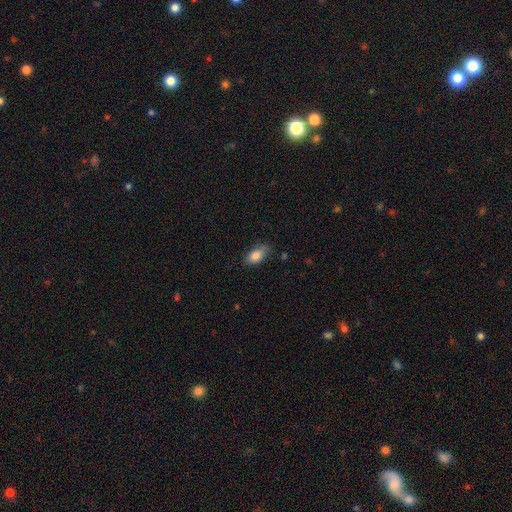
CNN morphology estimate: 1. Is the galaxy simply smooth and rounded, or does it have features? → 84% smooth, 8% featured or disk, 7% star or artifact.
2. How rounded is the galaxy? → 88% in between, 6% round, 6% cigar-shaped.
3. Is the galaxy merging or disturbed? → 69% none, 24% minor disturbance, 5% major disturbance, 2% merger.